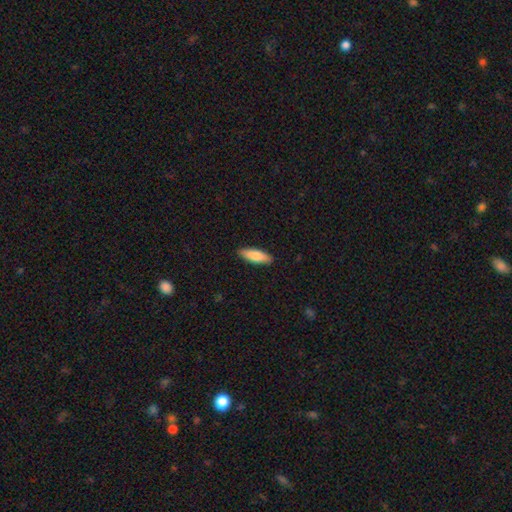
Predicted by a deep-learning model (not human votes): Smooth or featured?
  - smooth: 81% *
  - featured or disk: 14%
  - star or artifact: 5%
How rounded?
  - in between: 59% *
  - cigar-shaped: 39%
  - round: 2%
Merging?
  - none: 89% *
  - minor disturbance: 8%
  - major disturbance: 2%
  - merger: 1%